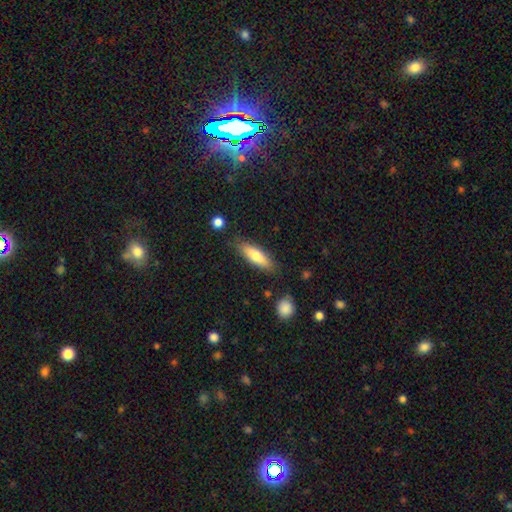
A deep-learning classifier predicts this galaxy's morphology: Overall: smooth (73%). How rounded: cigar-shaped (55%; in between 43%). Merging: none (83%).